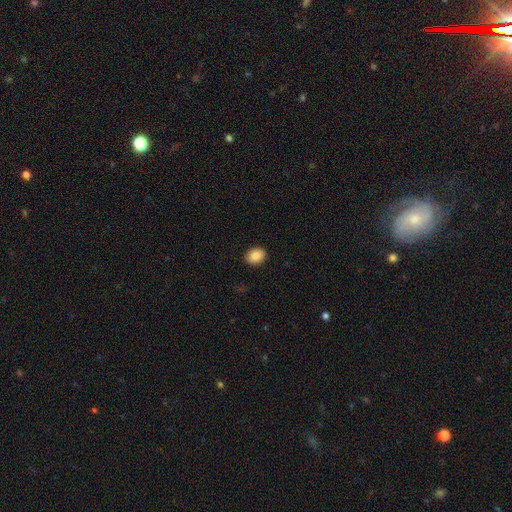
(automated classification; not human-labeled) Smooth or featured?
  - smooth: 88% *
  - star or artifact: 8%
  - featured or disk: 4%
How rounded?
  - in between: 59% *
  - round: 40%
  - cigar-shaped: 1%
Merging?
  - none: 91% *
  - minor disturbance: 6%
  - major disturbance: 2%
  - merger: 1%